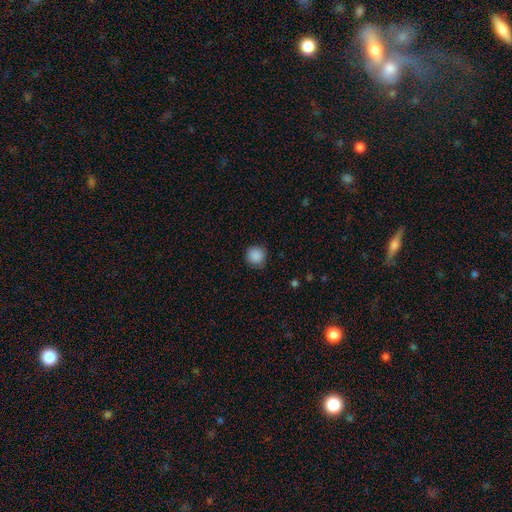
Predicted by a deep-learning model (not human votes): Smooth or featured? smooth (88%)
How rounded? round (93%)
Merging? none (85%)